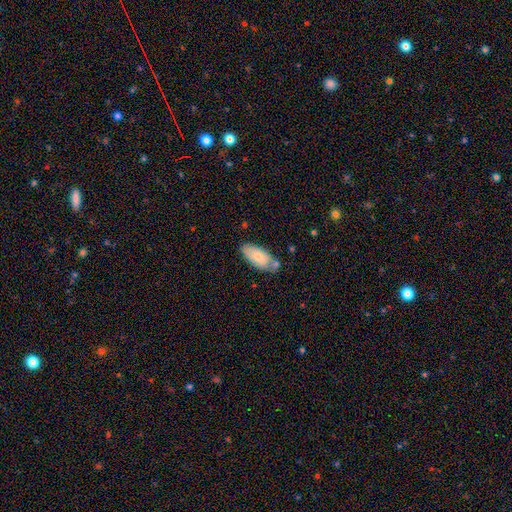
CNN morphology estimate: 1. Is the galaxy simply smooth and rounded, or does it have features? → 78% smooth, 16% featured or disk, 6% star or artifact.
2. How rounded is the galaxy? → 90% in between, 8% cigar-shaped, 2% round.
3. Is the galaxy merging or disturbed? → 60% none, 24% minor disturbance, 11% merger, 5% major disturbance.